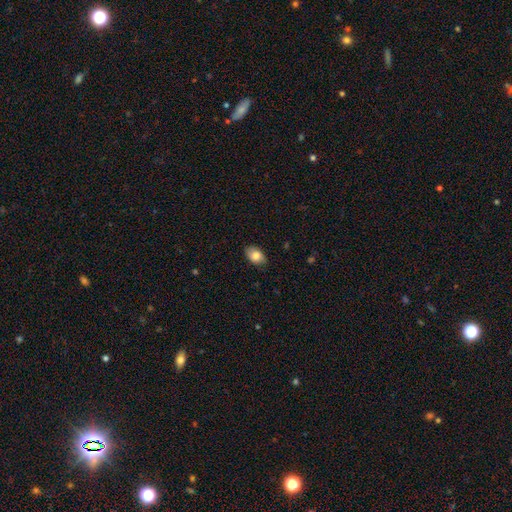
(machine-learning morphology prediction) Overall: smooth (83%). How rounded: in between (87%). Merging: none (83%).